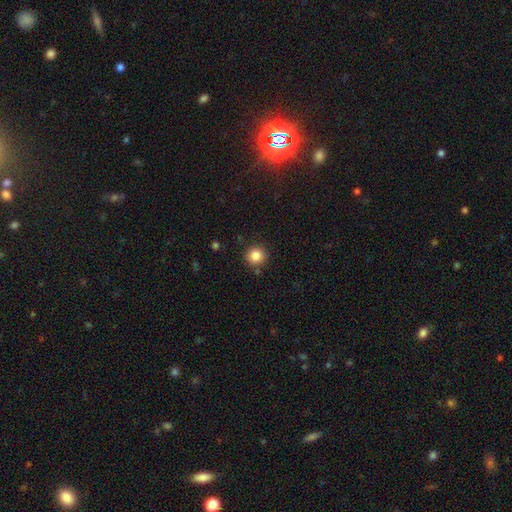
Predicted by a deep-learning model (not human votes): smooth 85%, star or artifact 11%, featured or disk 5%. Down the decision tree: how rounded — round (93%); merging — none (87%).